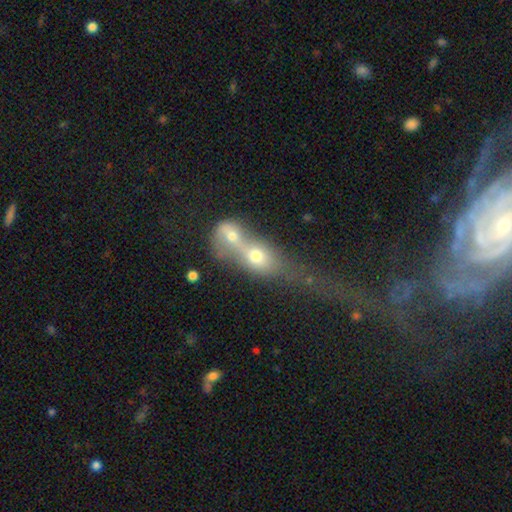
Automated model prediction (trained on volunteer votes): A smooth galaxy with no disk features (58%) that is in between round and cigar-shaped (54%).

Vote fractions:
- Smooth or featured? smooth: 58% / featured or disk: 30% / star or artifact: 12%
- How rounded? in between: 54% / round: 36% / cigar-shaped: 10%
- Merging? merger: 78% / major disturbance: 10% / none: 8% / minor disturbance: 4%